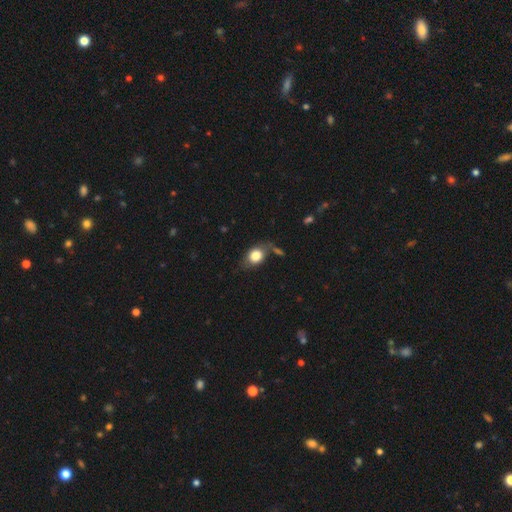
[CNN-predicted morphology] A smooth galaxy with no disk features (79%) that is in between round and cigar-shaped (61%).

Vote fractions:
- Smooth or featured? smooth: 79% / featured or disk: 13% / star or artifact: 8%
- How rounded? in between: 61% / round: 37% / cigar-shaped: 2%
- Merging? none: 60% / minor disturbance: 22% / major disturbance: 9% / merger: 8%